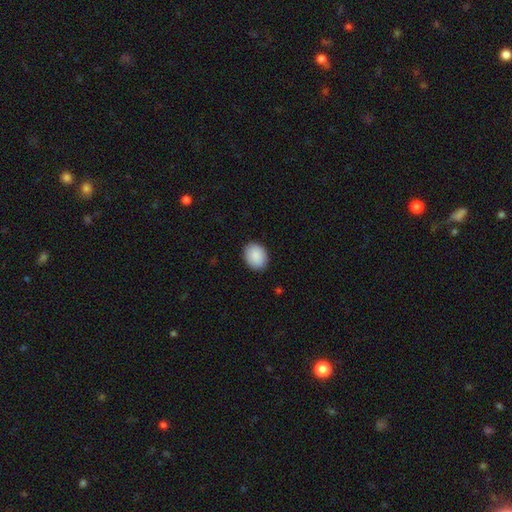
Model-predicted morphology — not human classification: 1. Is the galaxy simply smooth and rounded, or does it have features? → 90% smooth, 6% star or artifact, 4% featured or disk.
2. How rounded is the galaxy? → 60% in between, 39% round, 1% cigar-shaped.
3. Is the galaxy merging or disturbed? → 88% none, 9% minor disturbance, 2% major disturbance, 1% merger.